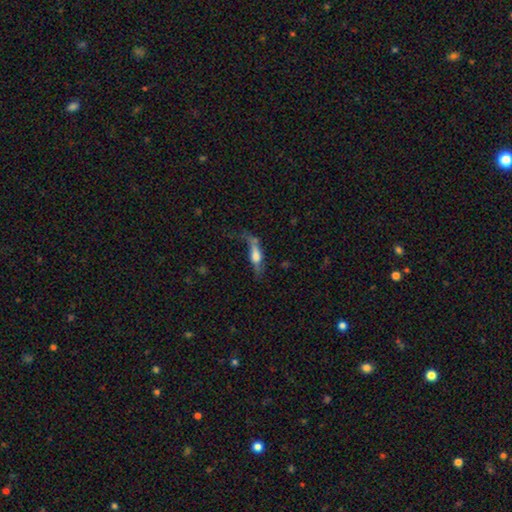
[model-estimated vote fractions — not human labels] This appears to be a smooth galaxy with no disk features (47%). Merging: major disturbance (36%).